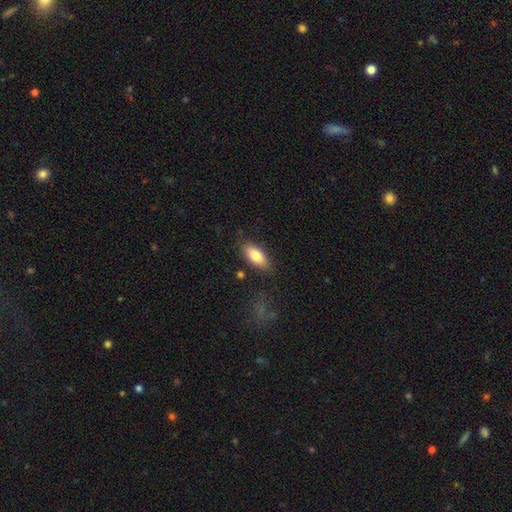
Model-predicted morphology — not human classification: The model was most divided on "merging": none: 82%, minor disturbance: 13%, major disturbance: 3%, merger: 2%. More confident: how rounded — in between (85%); smooth or featured — smooth (82%).